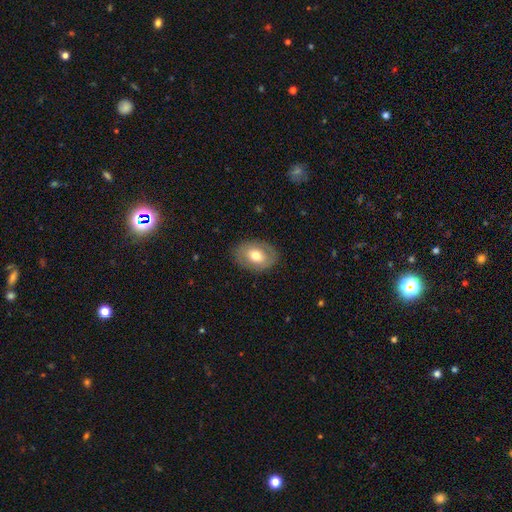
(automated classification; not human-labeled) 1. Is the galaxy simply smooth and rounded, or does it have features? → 59% smooth, 33% featured or disk, 7% star or artifact.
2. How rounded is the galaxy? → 72% in between, 26% round, 1% cigar-shaped.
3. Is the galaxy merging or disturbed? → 82% none, 13% minor disturbance, 4% major disturbance, 1% merger.